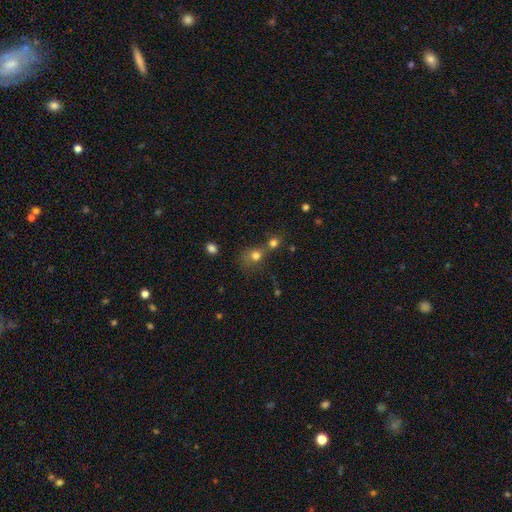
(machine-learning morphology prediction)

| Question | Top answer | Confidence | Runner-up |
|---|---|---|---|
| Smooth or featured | smooth | 75% | star or artifact (15%) |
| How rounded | round | 76% | in between (23%) |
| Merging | merger | 43% | none (38%) |